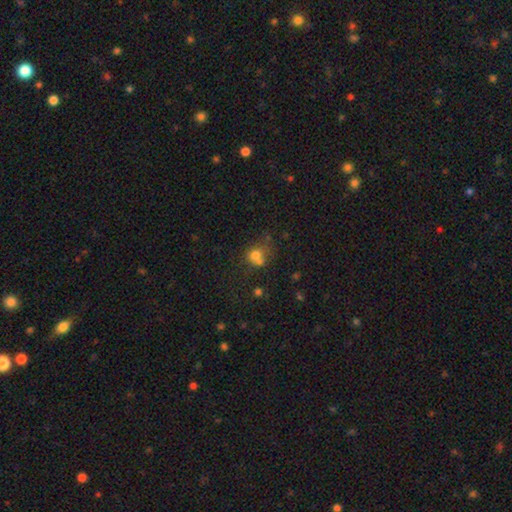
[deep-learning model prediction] smooth_or_featured: smooth (p=0.70) [alt: star or artifact p=0.15]
how_rounded: round (p=0.71) [alt: in between p=0.28]
merging: merger (p=0.43) [alt: none p=0.35]